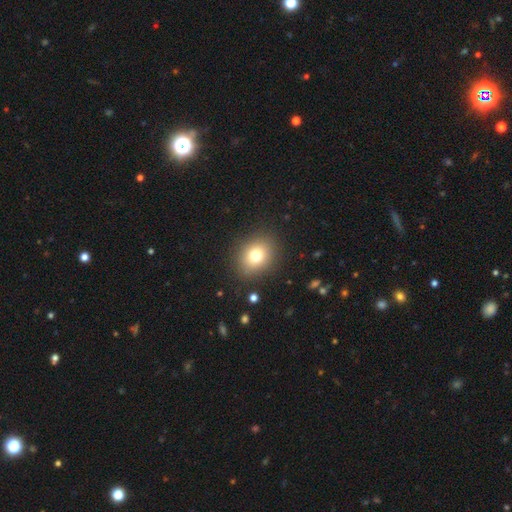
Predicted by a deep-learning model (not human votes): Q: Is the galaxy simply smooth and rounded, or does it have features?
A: smooth — 76%.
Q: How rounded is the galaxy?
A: round — 63%.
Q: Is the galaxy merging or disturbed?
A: none — 87%.